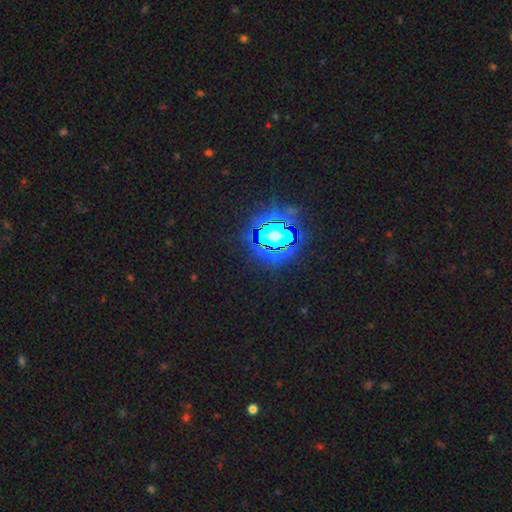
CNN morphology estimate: Smooth or featured? Predicted: star or artifact (p=0.85).